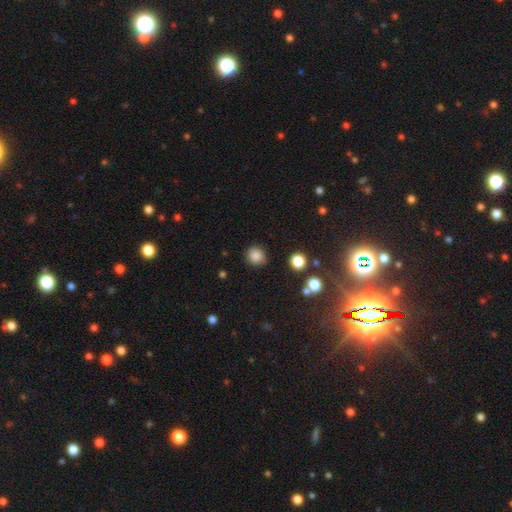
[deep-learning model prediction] Smooth or featured: smooth — 85% (star or artifact — 11%)
How rounded: round — 88% (in between — 11%)
Merging: none — 86% (minor disturbance — 10%)